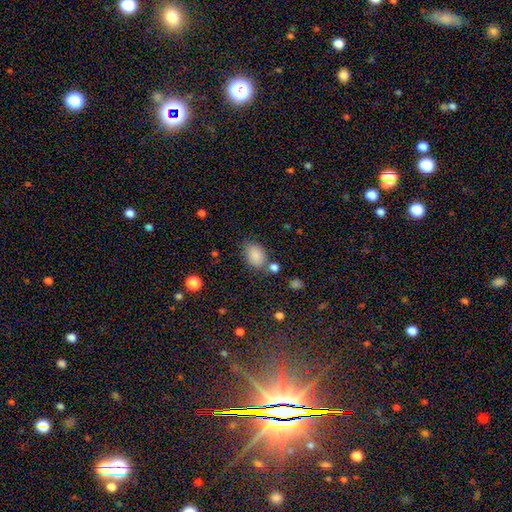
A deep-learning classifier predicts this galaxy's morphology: This appears to be a smooth galaxy with no disk features (86%) that is in between round and cigar-shaped (83%). Merging: none (68%).